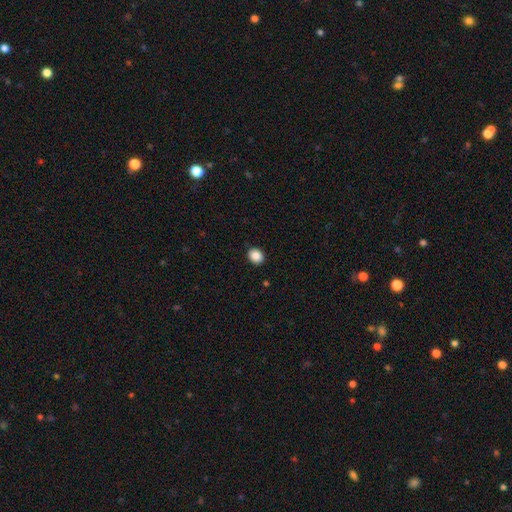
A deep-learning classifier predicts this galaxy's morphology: Smooth or featured? Predicted: smooth (p=0.88). How rounded? Predicted: round (p=0.64). Merging? Predicted: none (p=0.90).